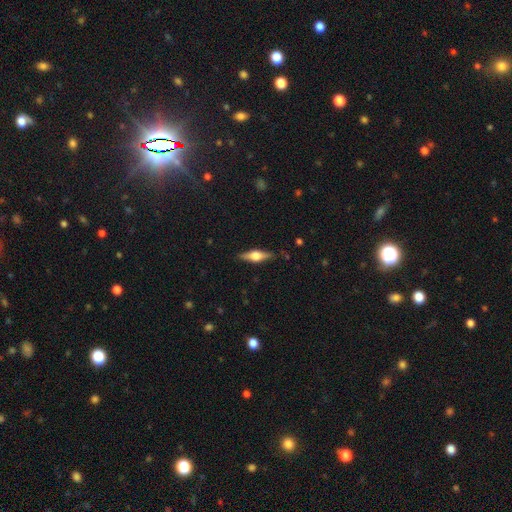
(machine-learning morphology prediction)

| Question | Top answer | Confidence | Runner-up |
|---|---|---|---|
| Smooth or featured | featured or disk | 61% | smooth (33%) |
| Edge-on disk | yes | 95% | no (5%) |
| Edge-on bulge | rounded | 91% | boxy (7%) |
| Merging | none | 86% | minor disturbance (11%) |